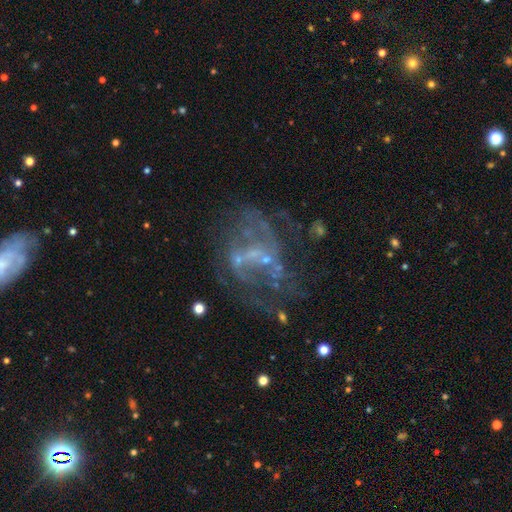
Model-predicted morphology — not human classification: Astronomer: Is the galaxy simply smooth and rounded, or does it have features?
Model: featured or disk — 74%.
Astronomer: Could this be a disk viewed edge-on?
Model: no — 98%.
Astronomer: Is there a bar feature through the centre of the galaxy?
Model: no — 60%.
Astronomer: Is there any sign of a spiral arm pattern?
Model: no — 53% (runner-up: yes, 47%).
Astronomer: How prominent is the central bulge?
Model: none — 47% (runner-up: small, 42%).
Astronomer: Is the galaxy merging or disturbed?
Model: none — 42% (runner-up: major disturbance, 31%).